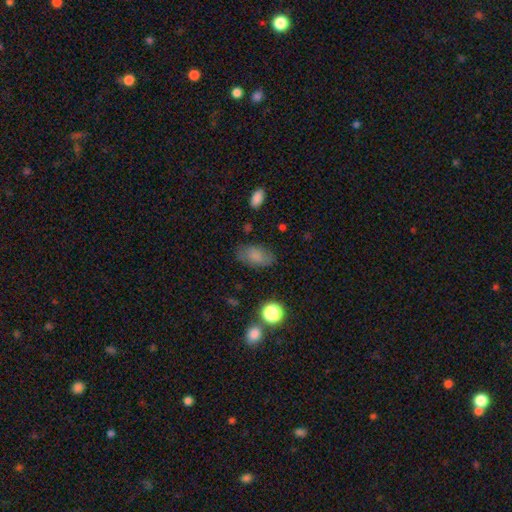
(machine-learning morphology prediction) Smooth or featured?
  - smooth: 79% *
  - featured or disk: 12%
  - star or artifact: 10%
How rounded?
  - in between: 90% *
  - round: 7%
  - cigar-shaped: 3%
Merging?
  - none: 75% *
  - minor disturbance: 17%
  - major disturbance: 6%
  - merger: 2%